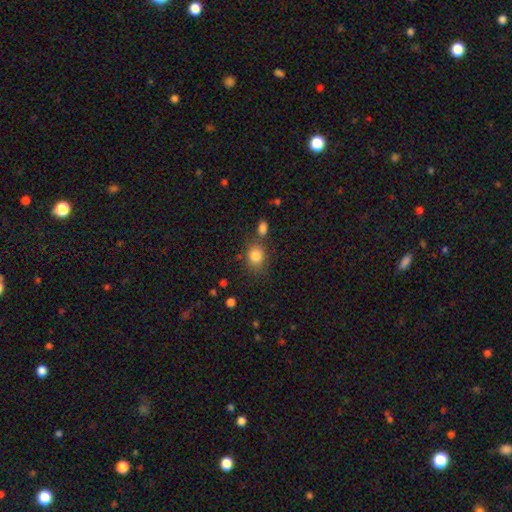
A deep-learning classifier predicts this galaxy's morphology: type=smooth (83%); roundness=round (55%); merging=none (66%).